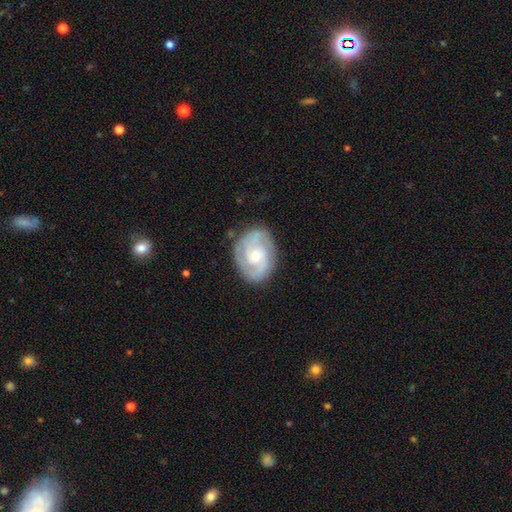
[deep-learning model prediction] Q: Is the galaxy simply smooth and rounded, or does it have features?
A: featured or disk — 83%.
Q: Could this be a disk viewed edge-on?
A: no — 97%.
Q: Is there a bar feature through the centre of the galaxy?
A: no — 62%.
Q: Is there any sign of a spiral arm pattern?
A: yes — 95%.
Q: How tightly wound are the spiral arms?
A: tight — 53%.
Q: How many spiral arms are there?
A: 2 — 58%.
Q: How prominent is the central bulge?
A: moderate — 51%.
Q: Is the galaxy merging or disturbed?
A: none — 79%.